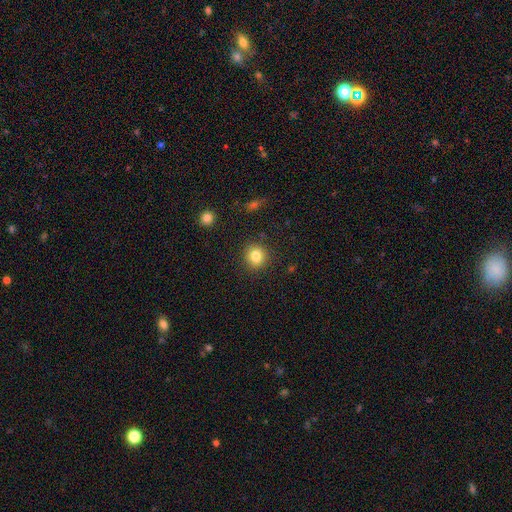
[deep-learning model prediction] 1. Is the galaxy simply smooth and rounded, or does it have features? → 83% smooth, 10% star or artifact, 7% featured or disk.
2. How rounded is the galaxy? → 84% round, 15% in between, 1% cigar-shaped.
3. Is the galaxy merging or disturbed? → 89% none, 7% minor disturbance, 2% major disturbance, 1% merger.